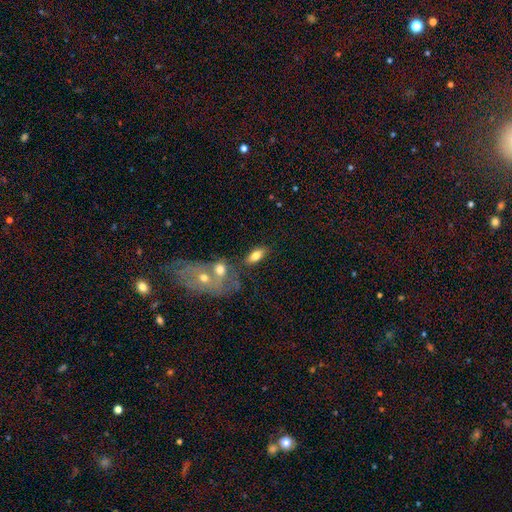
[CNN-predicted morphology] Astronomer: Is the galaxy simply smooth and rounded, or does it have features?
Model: smooth — 72%.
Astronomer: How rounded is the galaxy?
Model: in between — 85%.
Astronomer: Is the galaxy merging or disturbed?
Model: none — 66%.